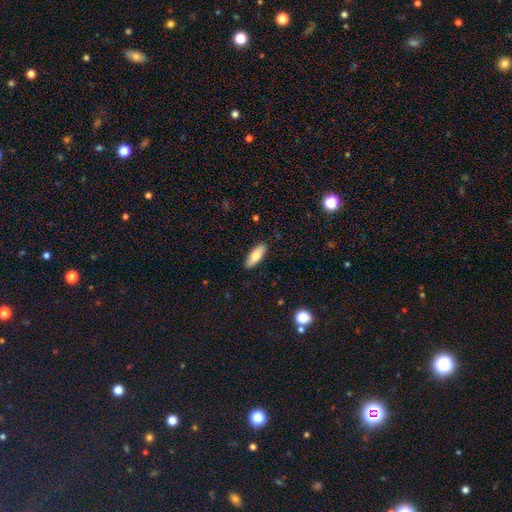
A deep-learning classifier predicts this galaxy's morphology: Smooth or featured: smooth — 77% (featured or disk — 17%)
How rounded: in between — 64% (cigar-shaped — 34%)
Merging: none — 90% (minor disturbance — 8%)